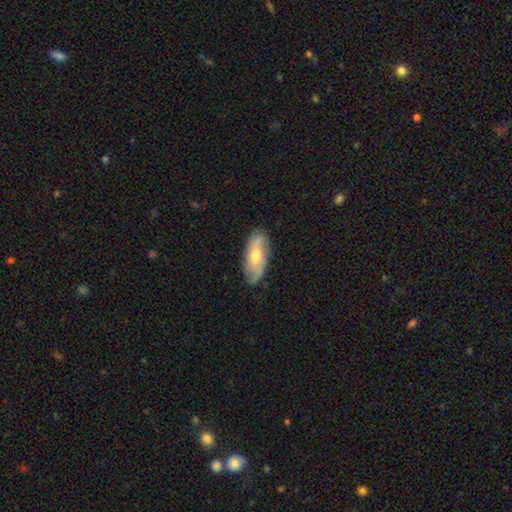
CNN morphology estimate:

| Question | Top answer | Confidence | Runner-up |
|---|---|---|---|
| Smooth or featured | smooth | 48% | featured or disk (46%) |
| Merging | none | 79% | minor disturbance (17%) |